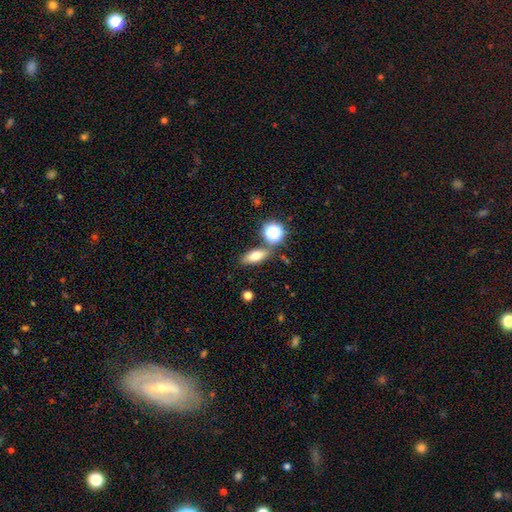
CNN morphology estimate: This is likely a smooth galaxy (70%). How rounded: likely in between (72%). Merging: likely none (74%).